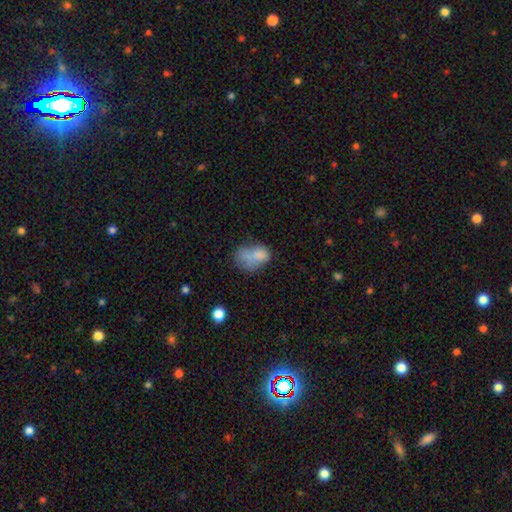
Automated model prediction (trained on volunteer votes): smooth_or_featured: smooth (p=0.71) [alt: featured or disk p=0.18]
how_rounded: in between (p=0.81) [alt: round p=0.17]
merging: none (p=0.30) [alt: minor disturbance p=0.28]